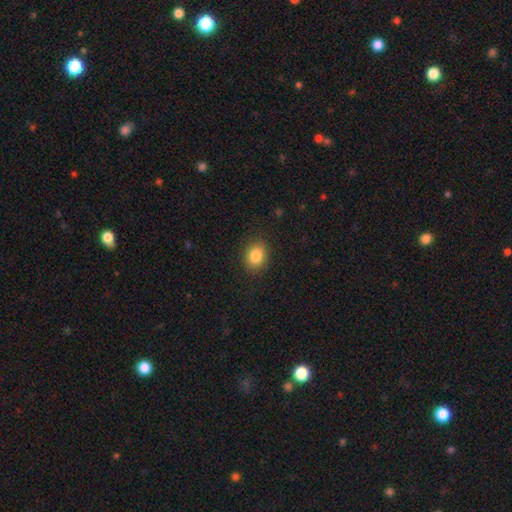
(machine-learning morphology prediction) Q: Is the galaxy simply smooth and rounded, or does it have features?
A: smooth — 85%.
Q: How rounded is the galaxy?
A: in between — 50%.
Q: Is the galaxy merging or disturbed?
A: none — 88%.